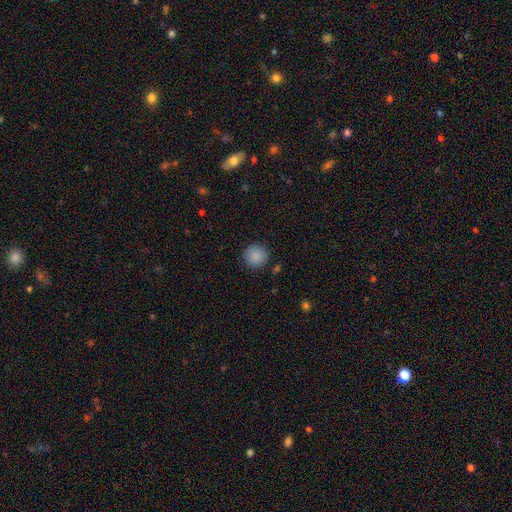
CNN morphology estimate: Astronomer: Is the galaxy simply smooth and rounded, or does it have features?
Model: smooth — 88%.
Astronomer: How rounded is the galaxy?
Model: round — 94%.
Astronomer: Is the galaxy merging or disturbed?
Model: none — 89%.